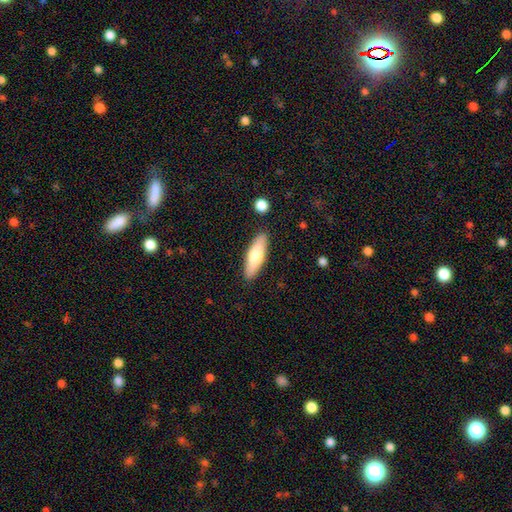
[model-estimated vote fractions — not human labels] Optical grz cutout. It shows a smooth galaxy with no disk features (69%) that is in between round and cigar-shaped (49%, tied with cigar-shaped). Merging: none (87%).